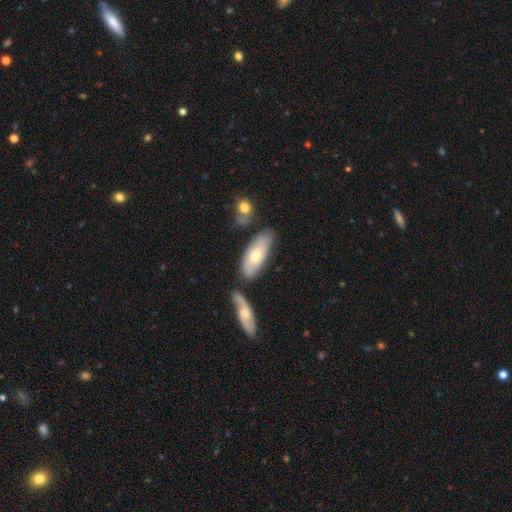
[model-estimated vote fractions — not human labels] A smooth galaxy with no disk features (55%) that is in between round and cigar-shaped (80%). Merging: none (62%).